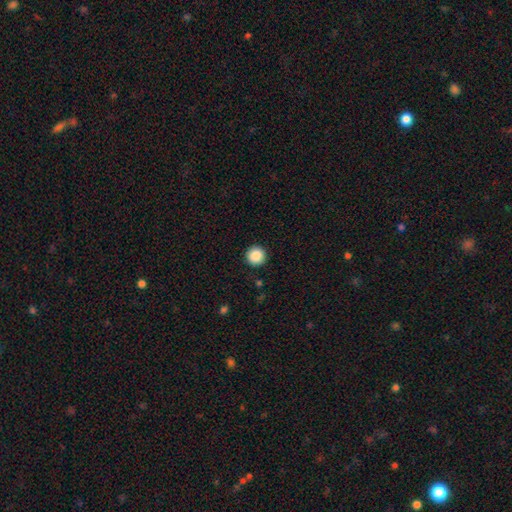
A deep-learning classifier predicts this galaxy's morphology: This is clearly a smooth galaxy (88%). How rounded: clearly round (96%). Merging: clearly none (93%).